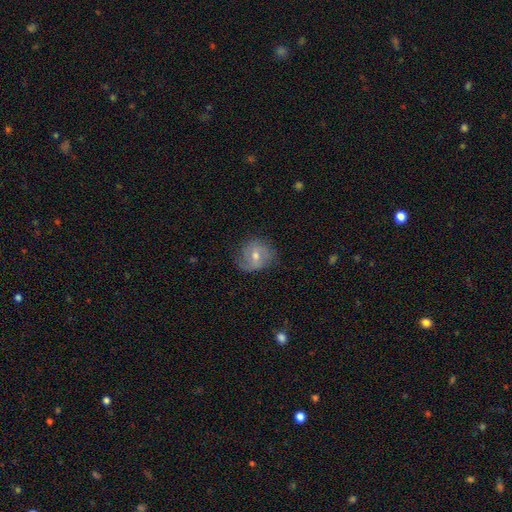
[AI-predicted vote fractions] smooth_or_featured: featured or disk (p=0.67) [alt: smooth p=0.24]
disk_edge_on: no (p=0.97) [alt: yes p=0.03]
bar: weak (p=0.50) [alt: no p=0.33]
has_spiral_arms: yes (p=0.87) [alt: no p=0.13]
spiral_winding: medium (p=0.41) [alt: tight p=0.33]
spiral_arm_count: 2 (p=0.63) [alt: can't tell p=0.19]
bulge_size: moderate (p=0.58) [alt: small p=0.38]
merging: none (p=0.72) [alt: minor disturbance p=0.19]